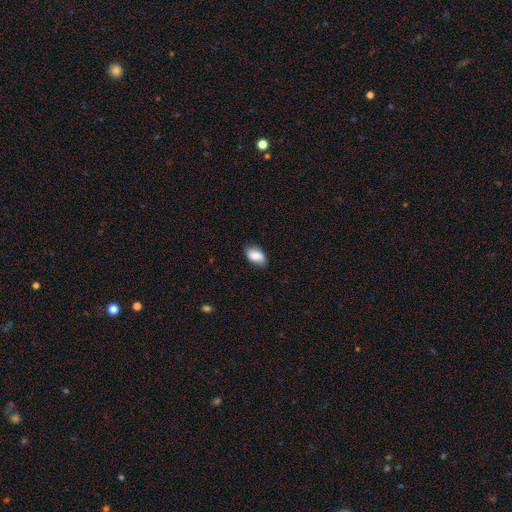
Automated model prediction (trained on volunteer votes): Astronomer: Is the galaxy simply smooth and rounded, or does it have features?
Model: smooth — 82%.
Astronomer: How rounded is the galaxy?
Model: in between — 93%.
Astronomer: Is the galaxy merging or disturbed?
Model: none — 81%.